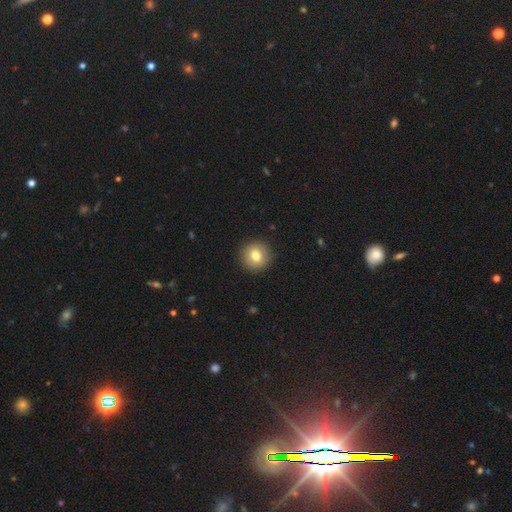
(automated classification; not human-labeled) The model was most divided on "smooth or featured": smooth: 79%, featured or disk: 12%, star or artifact: 9%. More confident: how rounded — round (92%); merging — none (91%).